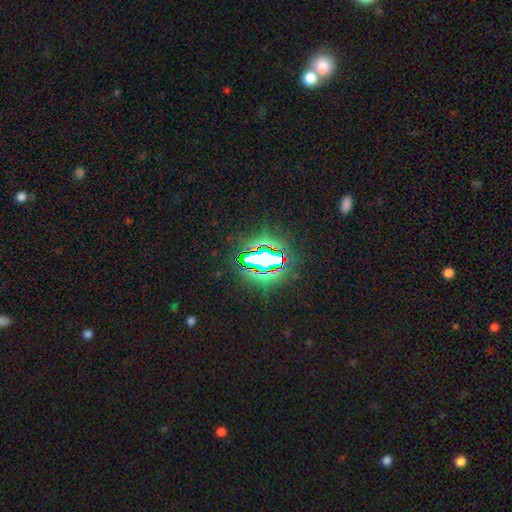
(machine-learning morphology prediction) Smooth or featured: star or artifact — 76% (smooth — 13%)